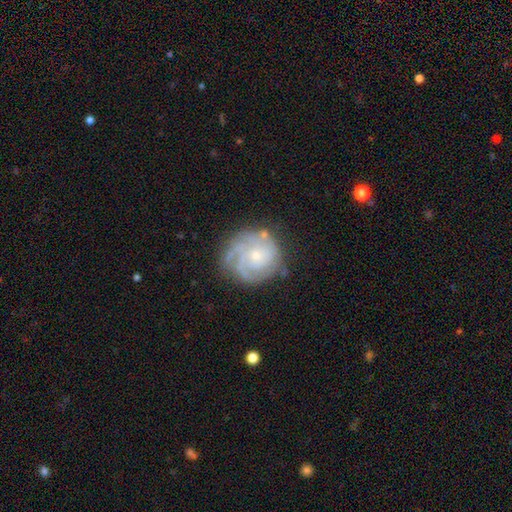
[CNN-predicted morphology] Smooth or featured? Predicted: featured or disk (p=0.80). Edge-on disk? Predicted: no (p=0.98). Bar? Predicted: no (p=0.77). Spiral arms? Predicted: yes (p=0.94). Spiral winding? Predicted: tight (p=0.64). Spiral arm count? Predicted: 3 (p=0.32). Bulge size? Predicted: small (p=0.71). Merging? Predicted: none (p=0.67).